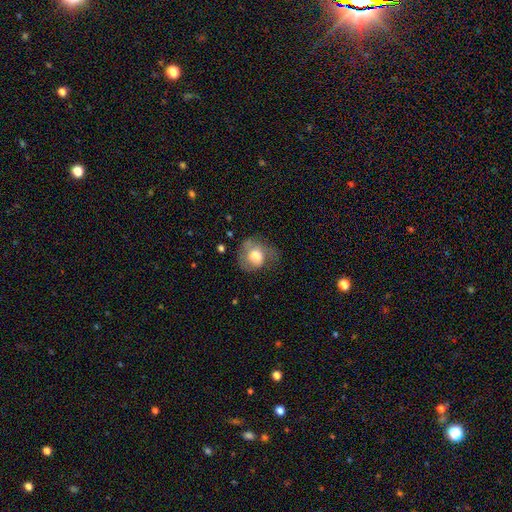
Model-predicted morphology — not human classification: A smooth galaxy with no disk features (65%) that is round (65%). Merging: none (38%).